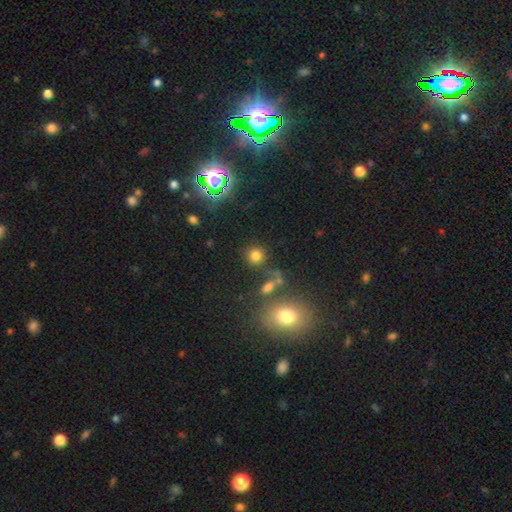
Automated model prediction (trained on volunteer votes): smooth-or-featured: smooth: 76% | star or artifact: 17% | featured or disk: 7%
  how-rounded: round: 88% | in between: 10% | cigar-shaped: 1%
  merging: none: 75% | minor disturbance: 10% | merger: 10% | major disturbance: 5%